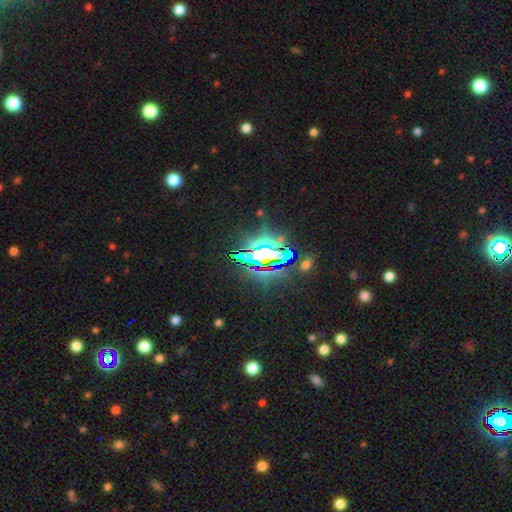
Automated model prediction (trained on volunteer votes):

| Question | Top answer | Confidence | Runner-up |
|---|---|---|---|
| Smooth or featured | star or artifact | 79% | smooth (11%) |